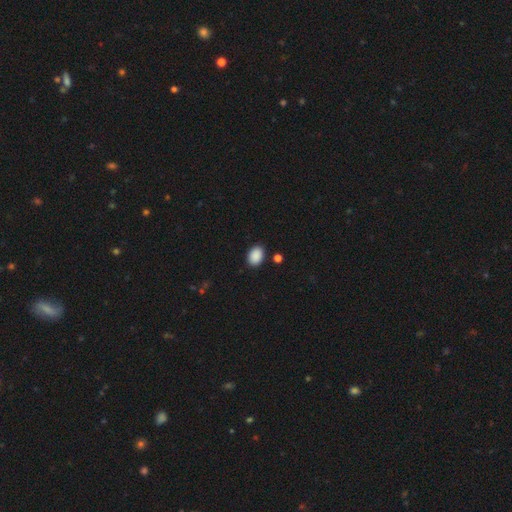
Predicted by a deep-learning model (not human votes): Morphology: type=smooth (89%); roundness=in between (78%); merging=none (87%).